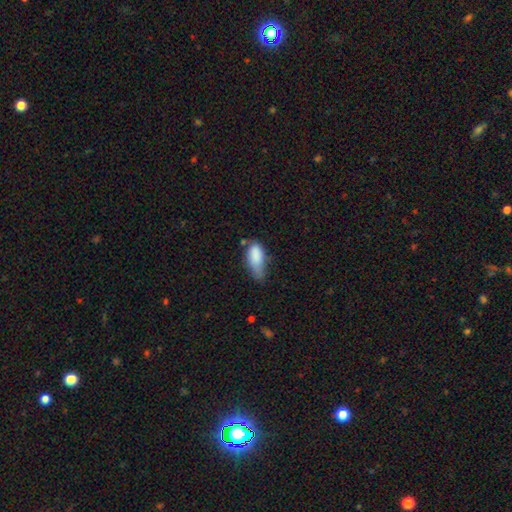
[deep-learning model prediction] Q: Smooth or featured?
A: smooth (83%); runner-up: featured or disk (9%)
Q: How rounded?
A: in between (86%); runner-up: cigar-shaped (11%)
Q: Merging?
A: minor disturbance (45%); runner-up: none (29%)